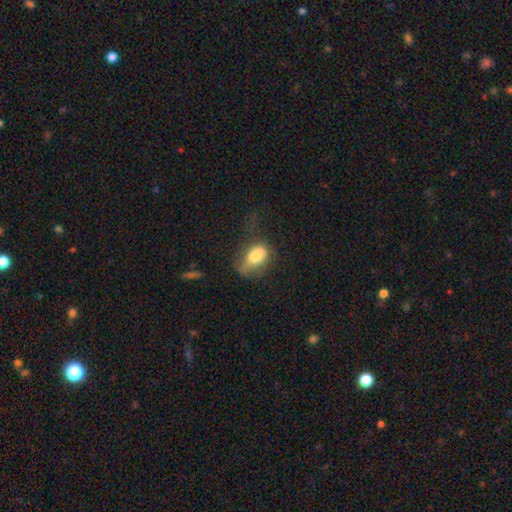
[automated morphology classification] This is likely a smooth galaxy (75%). How rounded: clearly in between (81%). Merging: marginally major disturbance (36%).